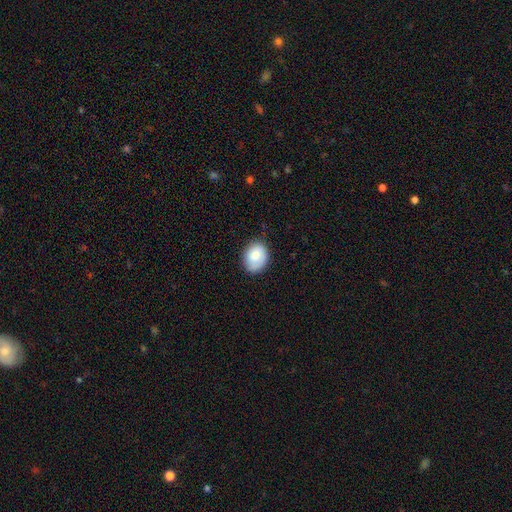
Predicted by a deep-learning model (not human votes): Smooth or featured?
  - smooth: 81% *
  - featured or disk: 12%
  - star or artifact: 7%
How rounded?
  - in between: 58% *
  - round: 41%
  - cigar-shaped: 1%
Merging?
  - none: 77% *
  - minor disturbance: 18%
  - major disturbance: 4%
  - merger: 1%